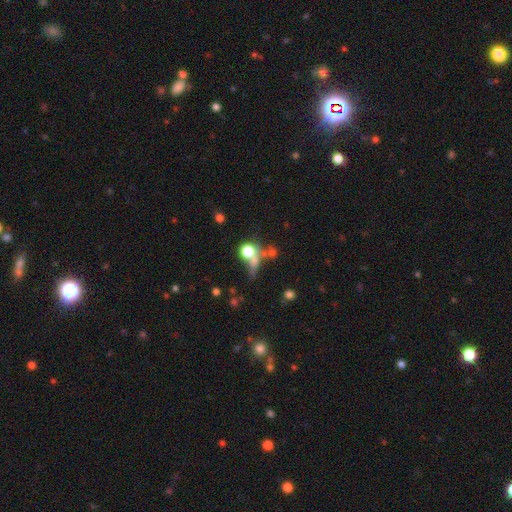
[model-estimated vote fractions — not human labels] Q: Smooth or featured?
A: smooth (54%); runner-up: star or artifact (28%)
Q: How rounded?
A: round (76%); runner-up: in between (16%)
Q: Merging?
A: none (44%); runner-up: merger (27%)